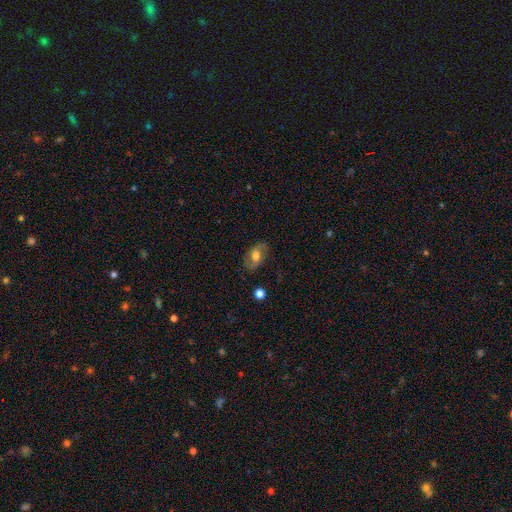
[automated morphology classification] Smooth or featured? Predicted: featured or disk (p=0.52). Edge-on disk? Predicted: no (p=0.93). Merging? Predicted: none (p=0.78).